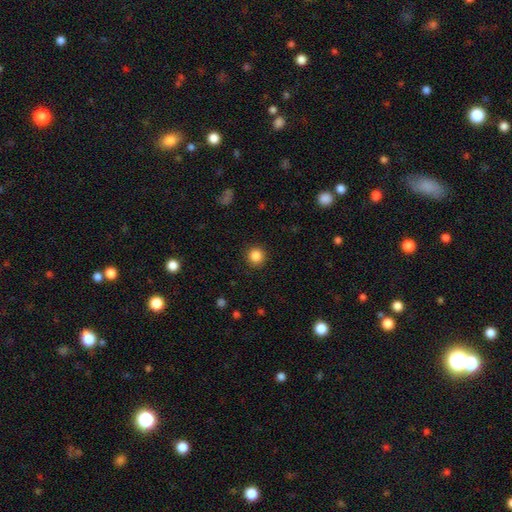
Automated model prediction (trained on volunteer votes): Morphology: type=smooth (86%); roundness=round (94%); merging=none (91%).